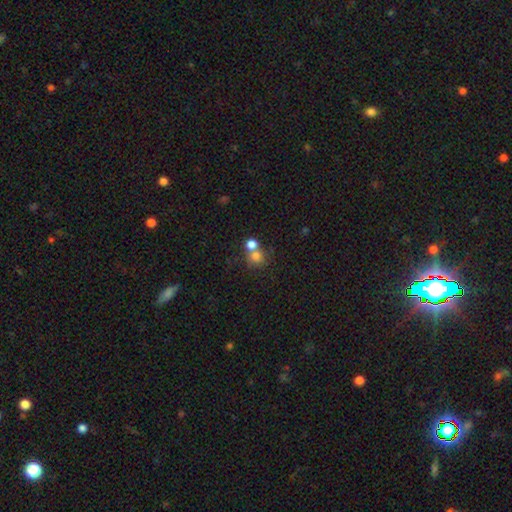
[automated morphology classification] The model was most divided on "merging": none: 47%, merger: 42%, minor disturbance: 7%, major disturbance: 4%. More confident: how rounded — round (86%); smooth or featured — smooth (76%).